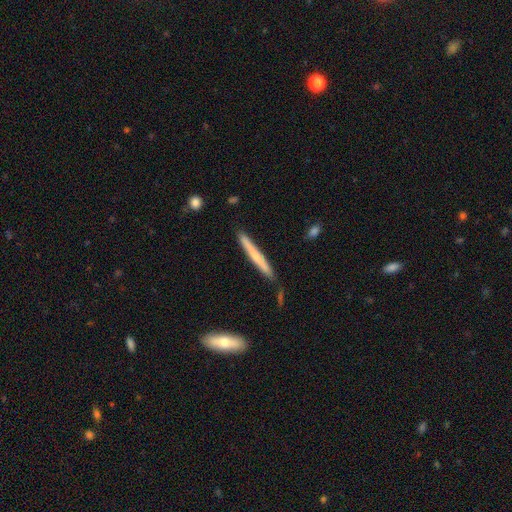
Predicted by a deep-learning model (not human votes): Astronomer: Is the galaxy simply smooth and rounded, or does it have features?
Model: smooth — 51% (runner-up: featured or disk, 43%).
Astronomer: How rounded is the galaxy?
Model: cigar-shaped — 96%.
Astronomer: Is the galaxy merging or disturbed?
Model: none — 86%.